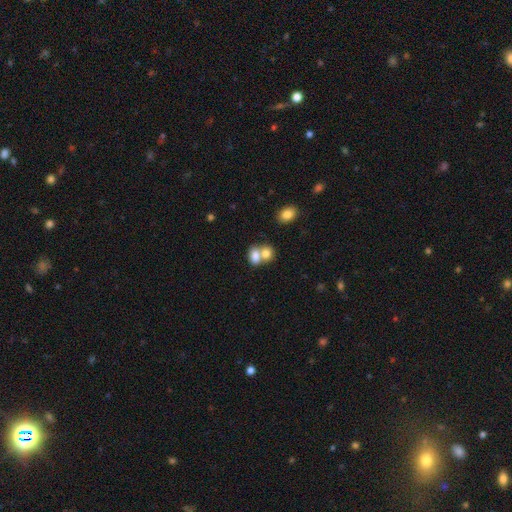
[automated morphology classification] Smooth or featured: smooth — 78% (featured or disk — 13%)
How rounded: in between — 64% (round — 35%)
Merging: merger — 62% (none — 28%)